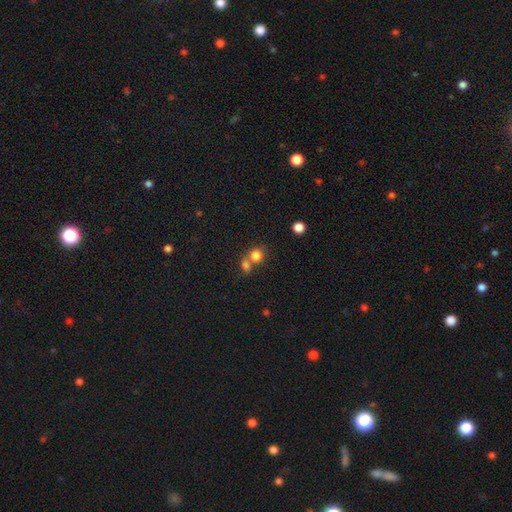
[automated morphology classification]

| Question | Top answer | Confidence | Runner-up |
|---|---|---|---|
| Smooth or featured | smooth | 80% | star or artifact (12%) |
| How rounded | round | 81% | in between (17%) |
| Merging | merger | 46% | none (43%) |